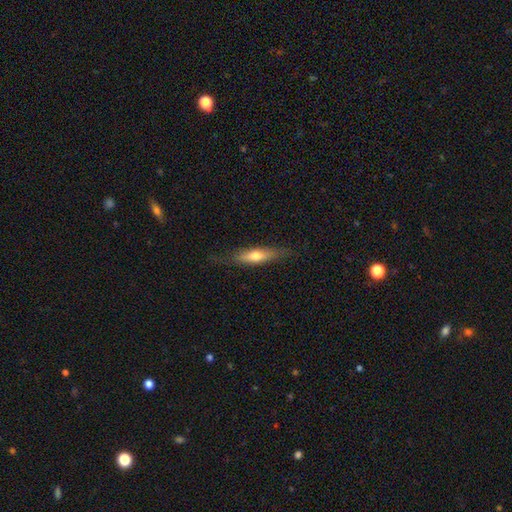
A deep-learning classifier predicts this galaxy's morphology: type=smooth (57%); roundness=cigar-shaped (67%); merging=none (77%).